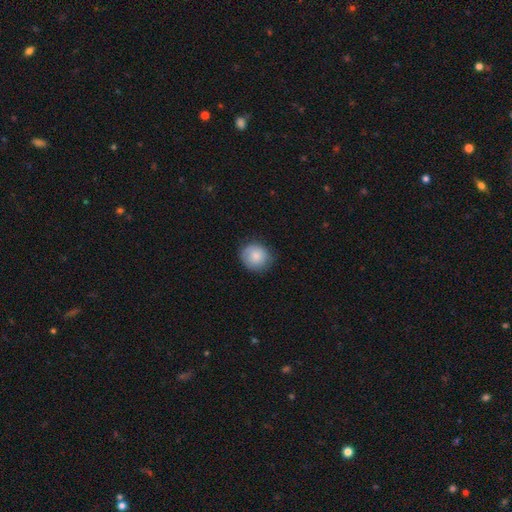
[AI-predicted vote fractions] A smooth galaxy with no disk features (83%) that is round (84%). Merging: none (80%).